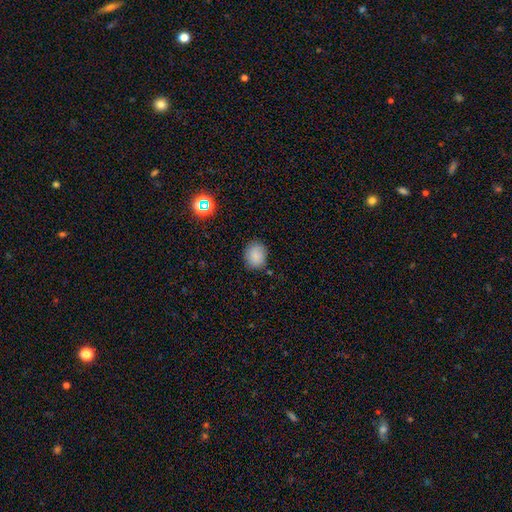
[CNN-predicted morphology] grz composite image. It shows a smooth galaxy with no disk features (85%) that is round (66%). Merging: none (82%).